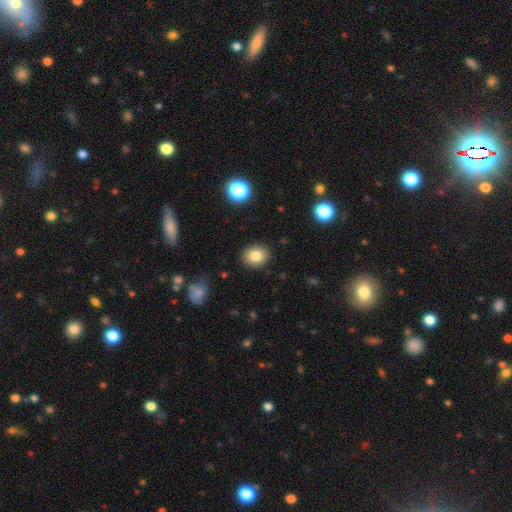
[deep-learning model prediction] Smooth or featured? Predicted: smooth (p=0.83). How rounded? Predicted: round (p=0.65). Merging? Predicted: none (p=0.89).